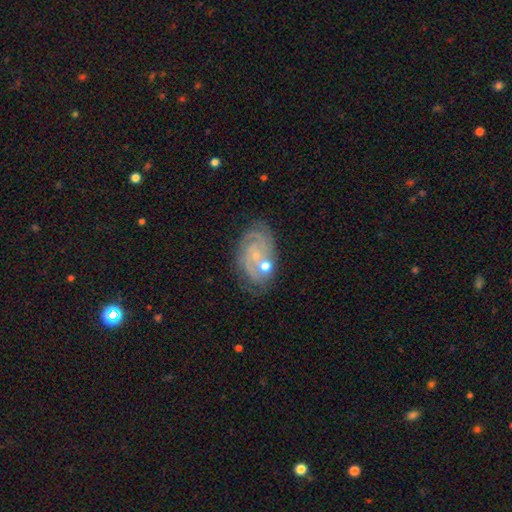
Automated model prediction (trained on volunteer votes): Overall: featured or disk (80%). Edge-on disk: no (97%). Bar: no (67%). Spiral arms: yes (93%). Spiral arm count: 2 (35%; can't tell 27%). Spiral winding: tight (64%; medium 29%). Bulge size: small (69%). Merging: none (67%).